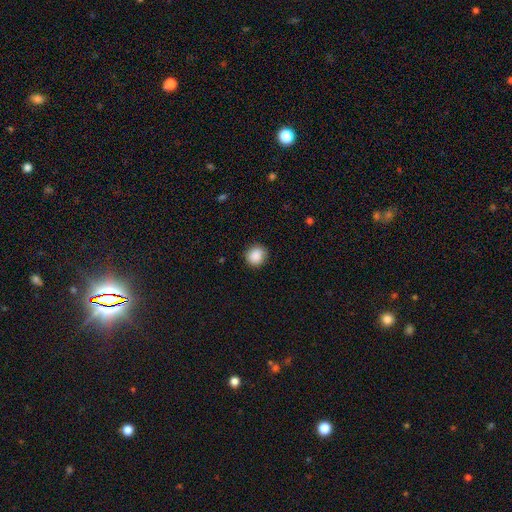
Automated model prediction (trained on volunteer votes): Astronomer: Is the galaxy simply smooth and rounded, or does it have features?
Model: smooth — 88%.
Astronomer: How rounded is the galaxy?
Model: round — 87%.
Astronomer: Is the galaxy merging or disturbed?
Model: none — 88%.